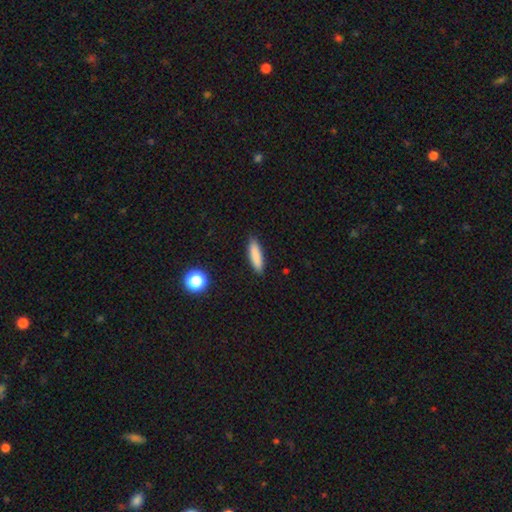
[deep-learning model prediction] A smooth galaxy with no disk features (85%) that is cigar-shaped (70%).

Vote fractions:
- Smooth or featured? smooth: 85% / star or artifact: 7% / featured or disk: 7%
- How rounded? cigar-shaped: 70% / in between: 28% / round: 2%
- Merging? none: 90% / minor disturbance: 7% / major disturbance: 2% / merger: 1%